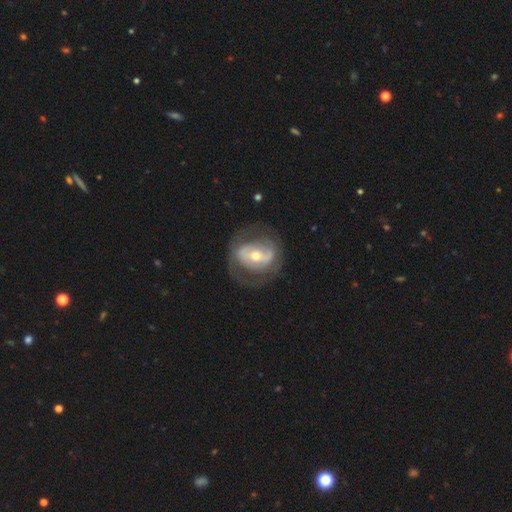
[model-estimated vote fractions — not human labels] This is likely a featured or disk galaxy (73%). It is clearly not viewed edge-on (95%). Bar: marginally strong (37%). Spiral arm pattern: likely yes (60%). Central bulge: likely moderate (61%). Merging: likely none (65%).